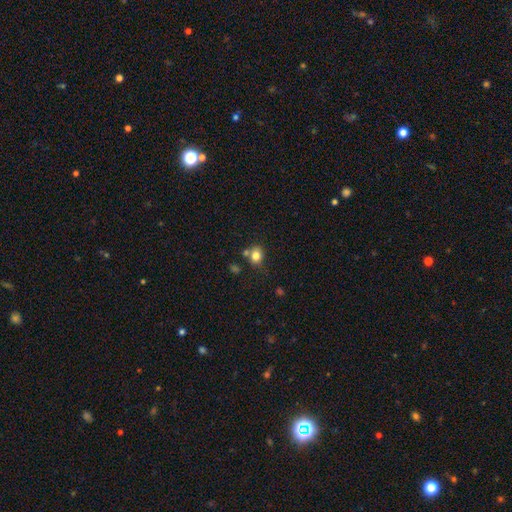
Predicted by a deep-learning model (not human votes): Smooth or featured? Predicted: smooth (p=0.81). How rounded? Predicted: round (p=0.63). Merging? Predicted: none (p=0.65).